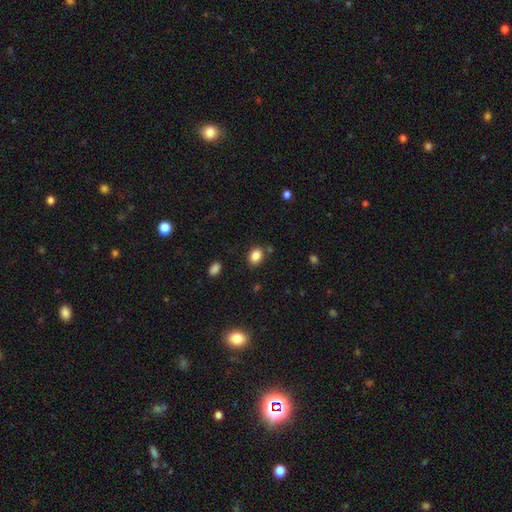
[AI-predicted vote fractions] Smooth or featured? smooth (85%)
How rounded? in between (64%)
Merging? none (80%)